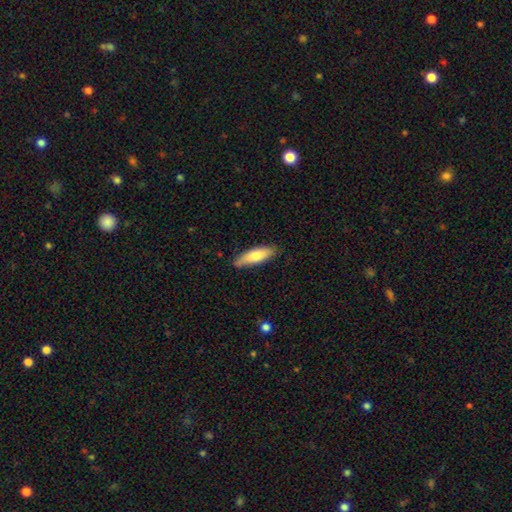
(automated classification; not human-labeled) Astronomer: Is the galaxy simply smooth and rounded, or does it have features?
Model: smooth — 74%.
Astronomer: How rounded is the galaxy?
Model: cigar-shaped — 54% (runner-up: in between, 44%).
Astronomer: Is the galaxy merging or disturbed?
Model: none — 81%.